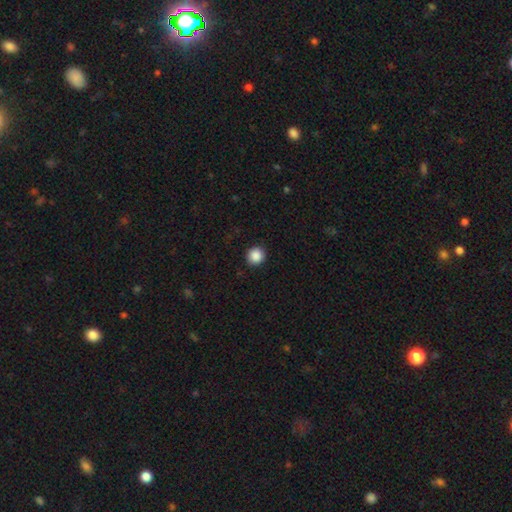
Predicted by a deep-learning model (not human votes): Smooth or featured: smooth — 88% (star or artifact — 9%)
How rounded: round — 92% (in between — 7%)
Merging: none — 91% (minor disturbance — 6%)